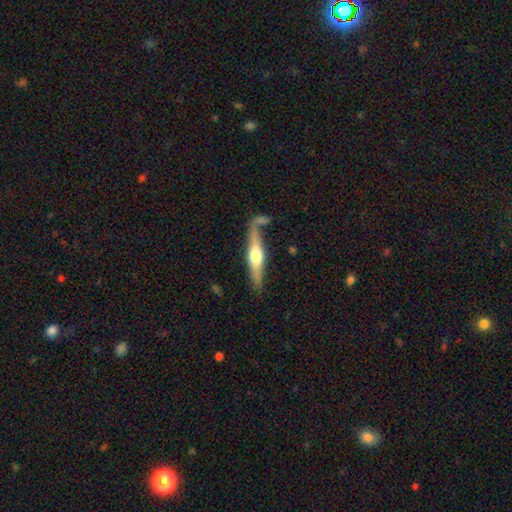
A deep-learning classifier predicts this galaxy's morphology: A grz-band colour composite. It shows a featured or disk galaxy (59%) viewed edge-on (93%) with a rounded central bulge (90%). Merging: none (65%).